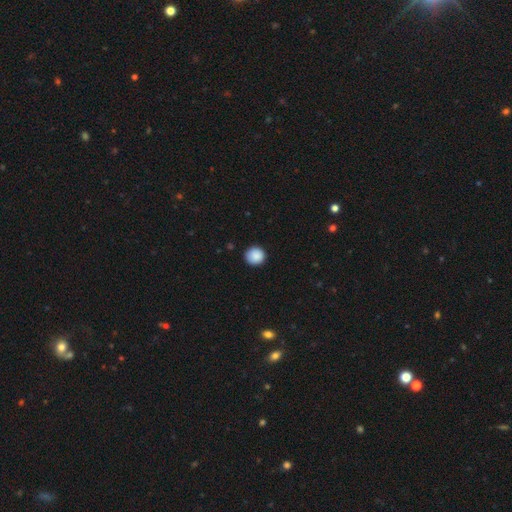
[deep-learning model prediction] Overall: smooth (89%). How rounded: round (94%). Merging: none (91%).